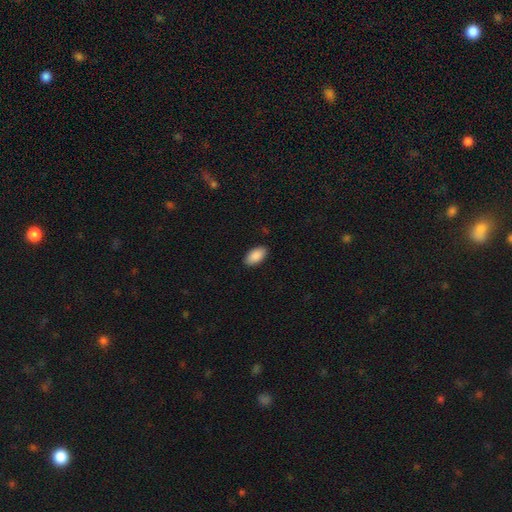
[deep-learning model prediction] Smooth or featured?
  - smooth: 90% *
  - star or artifact: 6%
  - featured or disk: 4%
How rounded?
  - in between: 95% *
  - cigar-shaped: 3%
  - round: 2%
Merging?
  - none: 89% *
  - minor disturbance: 8%
  - major disturbance: 2%
  - merger: 1%